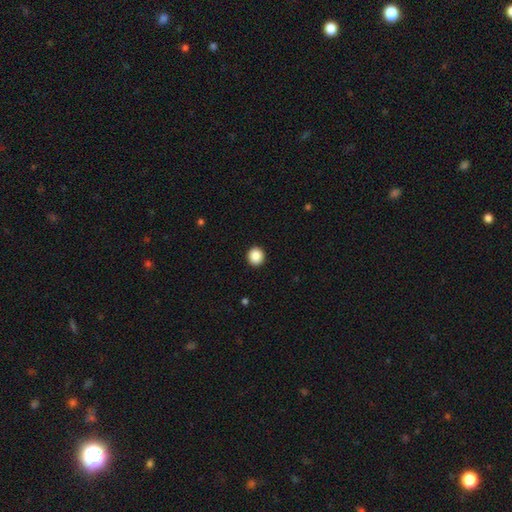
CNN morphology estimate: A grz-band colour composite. It shows a smooth galaxy with no disk features (87%) that is round (92%). Merging: none (93%).